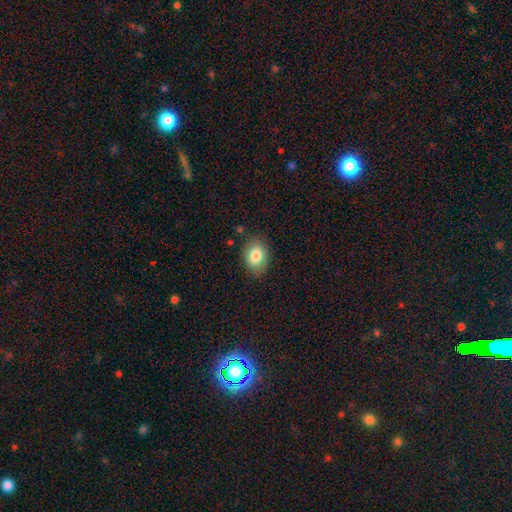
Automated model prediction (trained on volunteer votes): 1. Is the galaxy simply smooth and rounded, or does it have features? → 82% smooth, 10% featured or disk, 8% star or artifact.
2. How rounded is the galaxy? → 73% in between, 26% round, 1% cigar-shaped.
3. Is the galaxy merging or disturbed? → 82% none, 13% minor disturbance, 3% major disturbance, 2% merger.